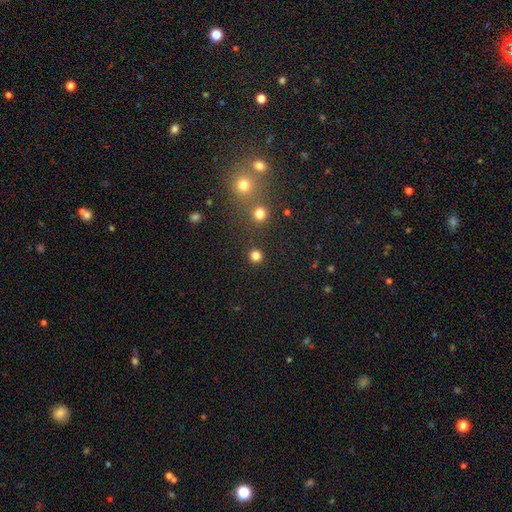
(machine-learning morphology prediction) Smooth or featured?
  - smooth: 81% *
  - star or artifact: 15%
  - featured or disk: 4%
How rounded?
  - round: 93% *
  - in between: 6%
  - cigar-shaped: 1%
Merging?
  - none: 89% *
  - minor disturbance: 5%
  - merger: 4%
  - major disturbance: 2%